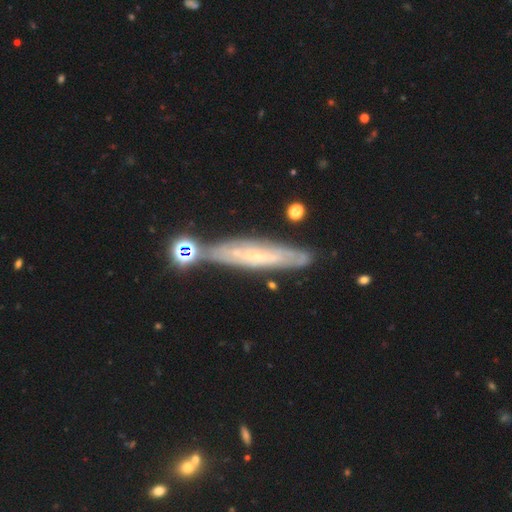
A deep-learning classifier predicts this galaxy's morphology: A featured or disk galaxy (62%) viewed edge-on (63%).

Vote fractions:
- Smooth or featured? featured or disk: 62% / smooth: 29% / star or artifact: 9%
- Edge-on disk? yes: 63% / no: 37%
- Merging? none: 73% / minor disturbance: 14% / merger: 9% / major disturbance: 4%